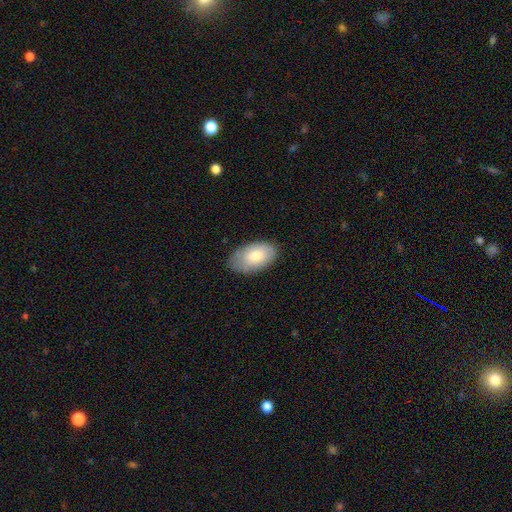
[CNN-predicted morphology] smooth_or_featured: smooth (p=0.78) [alt: featured or disk p=0.15]
how_rounded: in between (p=0.94) [alt: round p=0.05]
merging: none (p=0.76) [alt: minor disturbance p=0.19]